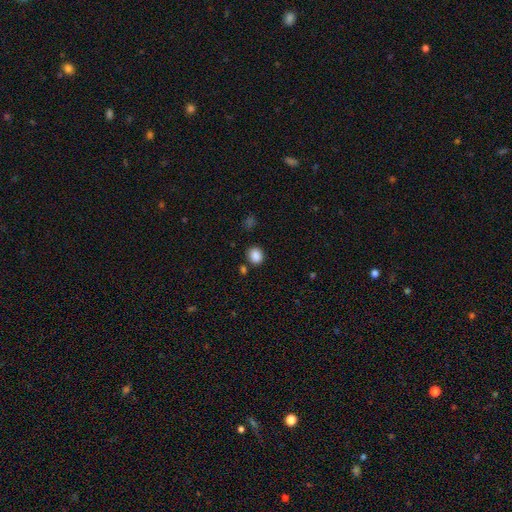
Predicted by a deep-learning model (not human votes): Smooth or featured: smooth — 87% (star or artifact — 10%)
How rounded: round — 72% (in between — 27%)
Merging: none — 82% (minor disturbance — 10%)